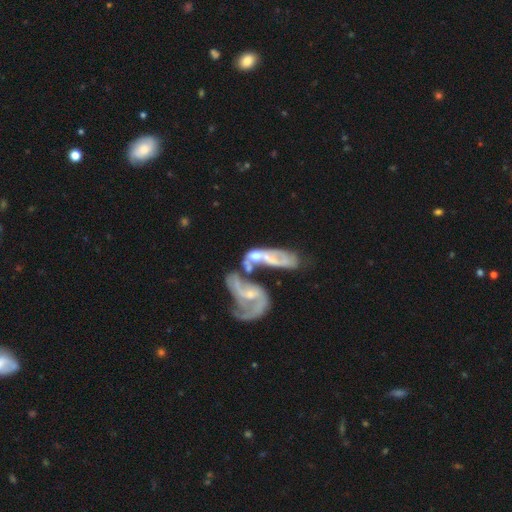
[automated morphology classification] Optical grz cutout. It shows a featured or disk galaxy (65%) with no bar (68%), spiral arms (54%) and a moderate central bulge (35%). Merging: merger (64%).